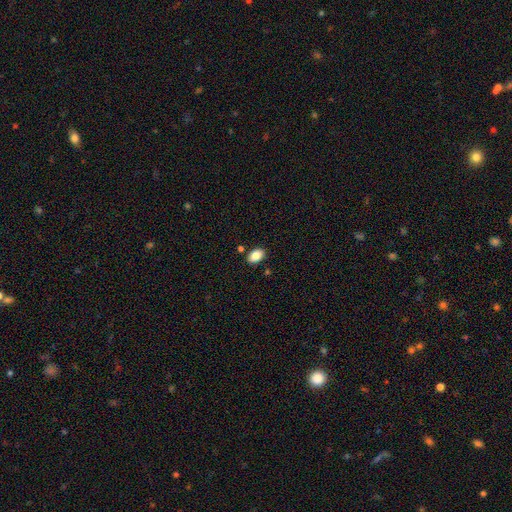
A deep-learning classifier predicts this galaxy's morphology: Q: Smooth or featured?
A: smooth (86%); runner-up: star or artifact (8%)
Q: How rounded?
A: in between (88%); runner-up: round (10%)
Q: Merging?
A: none (85%); runner-up: minor disturbance (10%)